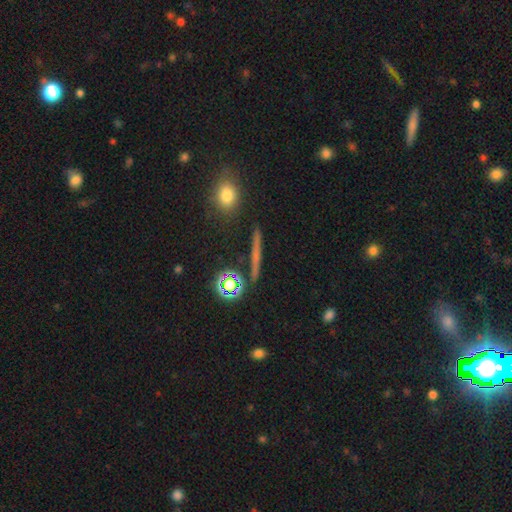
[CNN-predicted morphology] Overall: smooth (37%; featured or disk 33%). Merging: none (89%).